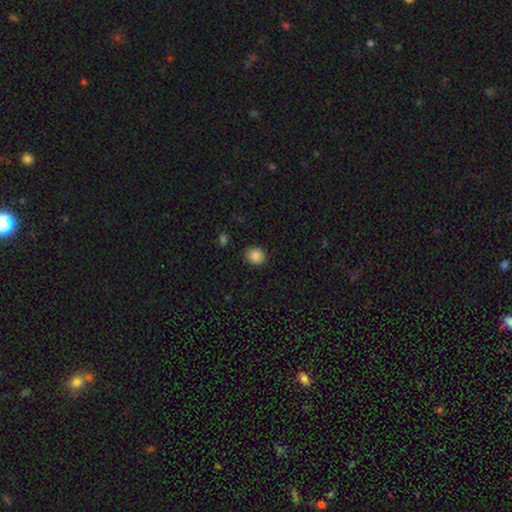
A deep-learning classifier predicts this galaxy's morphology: Overall: smooth (82%). How rounded: round (72%). Merging: none (87%).